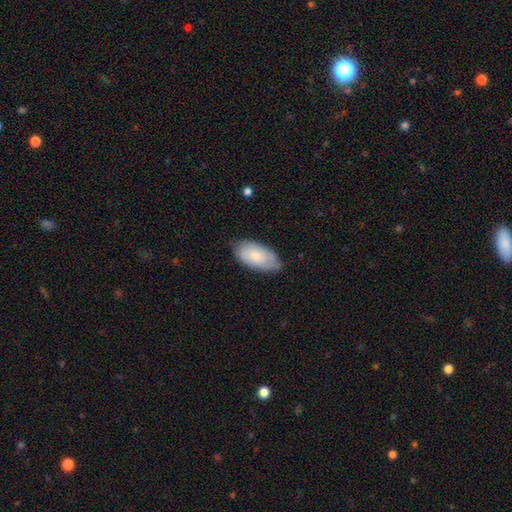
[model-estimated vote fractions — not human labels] A smooth galaxy with no disk features (75%) that is in between round and cigar-shaped (95%). Merging: none (77%).